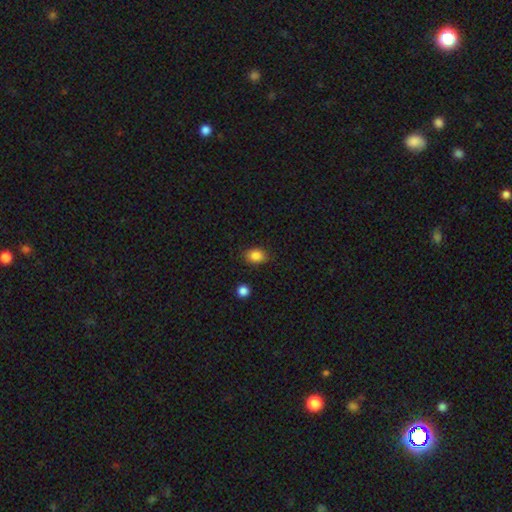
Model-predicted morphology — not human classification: Smooth or featured?
  - smooth: 86% *
  - star or artifact: 10%
  - featured or disk: 5%
How rounded?
  - in between: 67% *
  - round: 32%
  - cigar-shaped: 1%
Merging?
  - none: 83% *
  - minor disturbance: 12%
  - major disturbance: 3%
  - merger: 2%